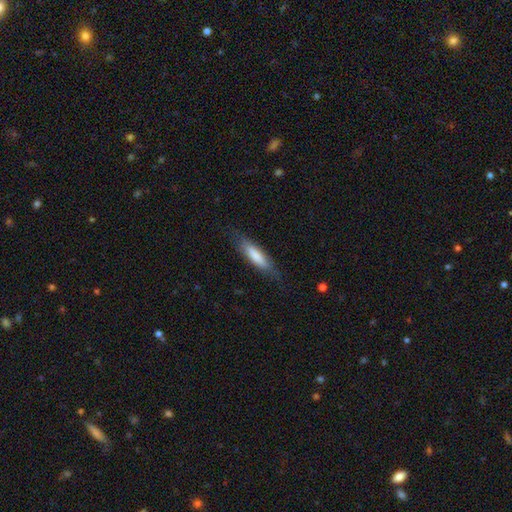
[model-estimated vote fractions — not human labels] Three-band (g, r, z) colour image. It shows a smooth galaxy with no disk features (74%) that is cigar-shaped (68%). Merging: none (78%).